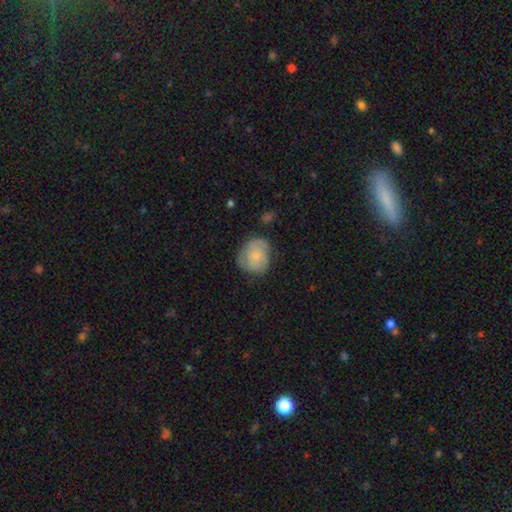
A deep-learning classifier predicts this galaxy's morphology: A smooth galaxy with no disk features (54%) that is round (75%).

Vote fractions:
- Smooth or featured? smooth: 54% / featured or disk: 39% / star or artifact: 7%
- How rounded? round: 75% / in between: 24% / cigar-shaped: 1%
- Merging? none: 60% / minor disturbance: 29% / major disturbance: 10% / merger: 2%